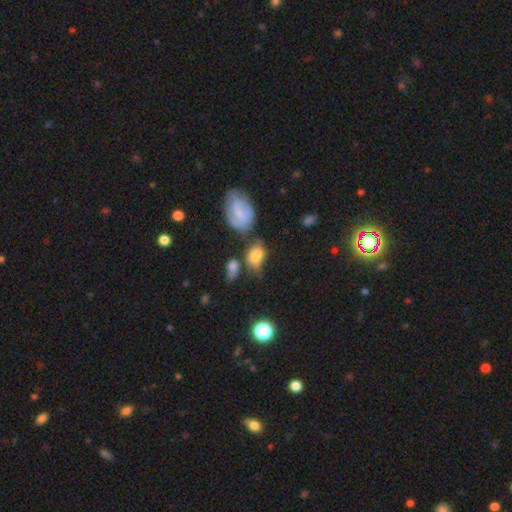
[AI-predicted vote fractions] Q: Smooth or featured?
A: smooth (62%); runner-up: featured or disk (25%)
Q: How rounded?
A: in between (80%); runner-up: round (18%)
Q: Merging?
A: none (32%); runner-up: minor disturbance (26%)